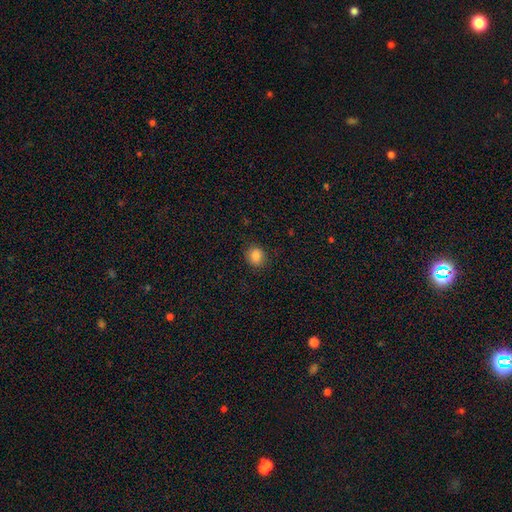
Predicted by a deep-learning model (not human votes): This is clearly a smooth galaxy (84%). How rounded: likely round (75%). Merging: clearly none (88%).